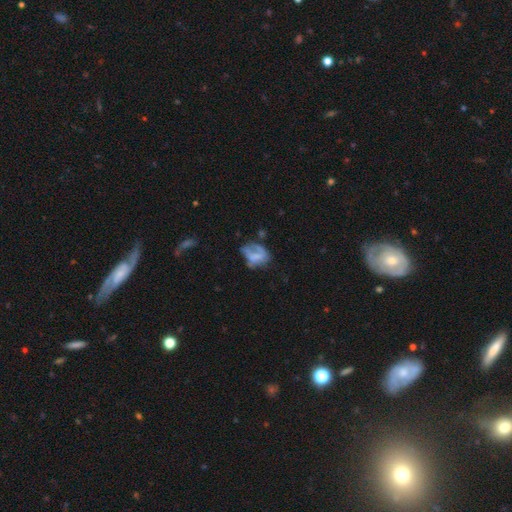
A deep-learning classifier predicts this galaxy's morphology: smooth 47%, featured or disk 42%, star or artifact 11%. Down the decision tree: merging — major disturbance (36%).